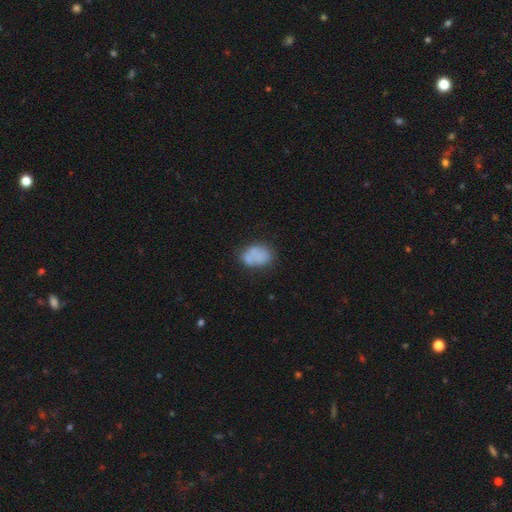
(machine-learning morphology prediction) smooth_or_featured: smooth (p=0.68) [alt: featured or disk p=0.23]
how_rounded: in between (p=0.75) [alt: round p=0.24]
merging: none (p=0.49) [alt: minor disturbance p=0.22]